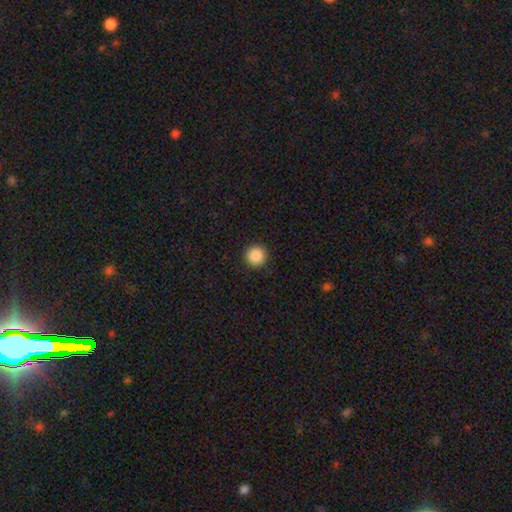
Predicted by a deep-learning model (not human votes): Smooth or featured?
  - smooth: 87% *
  - star or artifact: 9%
  - featured or disk: 3%
How rounded?
  - round: 96% *
  - in between: 3%
  - cigar-shaped: 1%
Merging?
  - none: 93% *
  - minor disturbance: 5%
  - major disturbance: 2%
  - merger: 1%